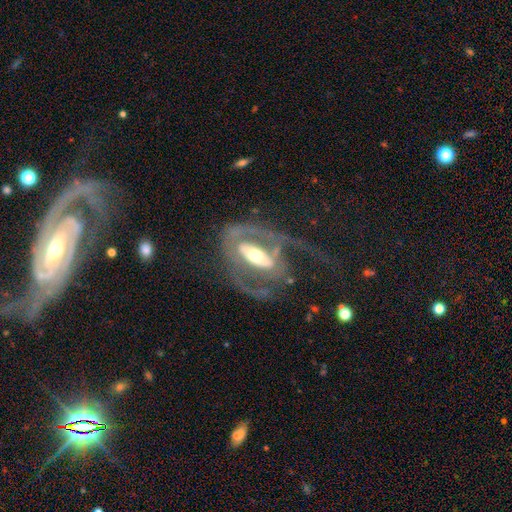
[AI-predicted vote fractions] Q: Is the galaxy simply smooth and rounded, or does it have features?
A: featured or disk — 81%.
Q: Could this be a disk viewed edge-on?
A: no — 91%.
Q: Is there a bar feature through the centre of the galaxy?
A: strong — 49%.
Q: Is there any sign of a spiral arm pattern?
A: yes — 68%.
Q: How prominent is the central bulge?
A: moderate — 63%.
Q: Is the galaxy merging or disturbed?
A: major disturbance — 42%.